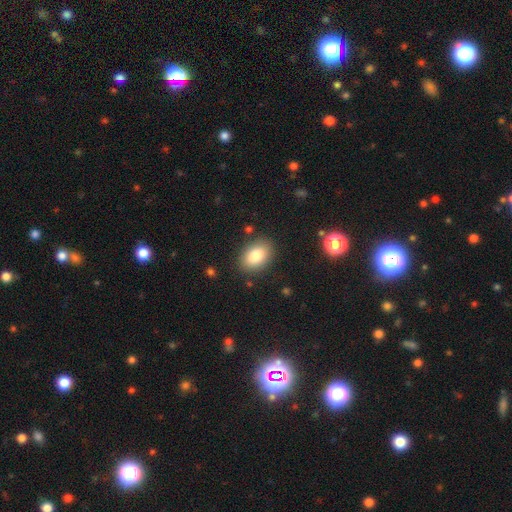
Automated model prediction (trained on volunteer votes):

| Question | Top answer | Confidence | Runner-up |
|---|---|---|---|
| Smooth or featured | smooth | 83% | featured or disk (9%) |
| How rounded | in between | 84% | round (15%) |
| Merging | none | 86% | minor disturbance (10%) |